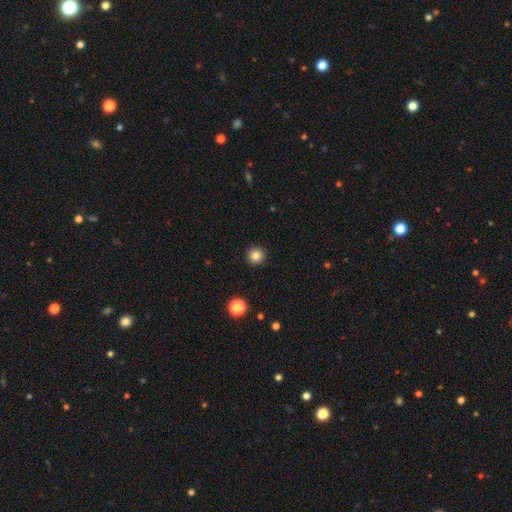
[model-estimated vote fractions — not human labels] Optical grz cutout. It shows a smooth galaxy with no disk features (84%) that is round (95%). Merging: none (93%).